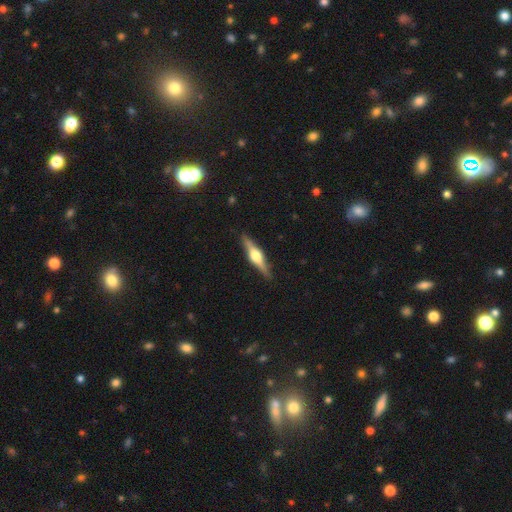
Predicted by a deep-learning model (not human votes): A featured or disk galaxy (74%) viewed edge-on (98%) with a rounded central bulge (94%).

Vote fractions:
- Smooth or featured? featured or disk: 74% / smooth: 21% / star or artifact: 5%
- Edge-on disk? yes: 98% / no: 2%
- Edge-on bulge? rounded: 94% / boxy: 5% / none: 2%
- Merging? none: 90% / minor disturbance: 7% / major disturbance: 2% / merger: 1%